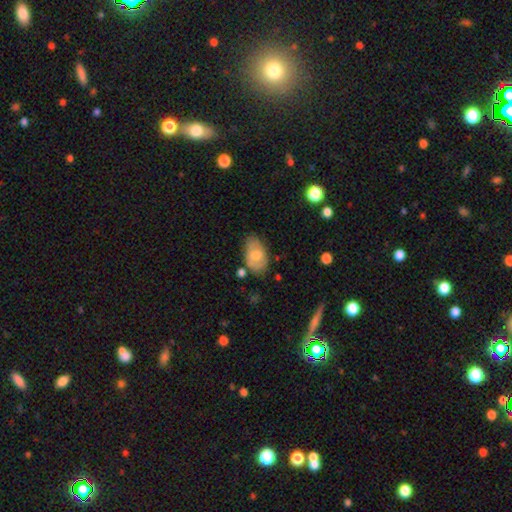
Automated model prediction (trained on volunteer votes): A smooth galaxy with no disk features (69%) that is in between round and cigar-shaped (91%). Merging: none (61%).